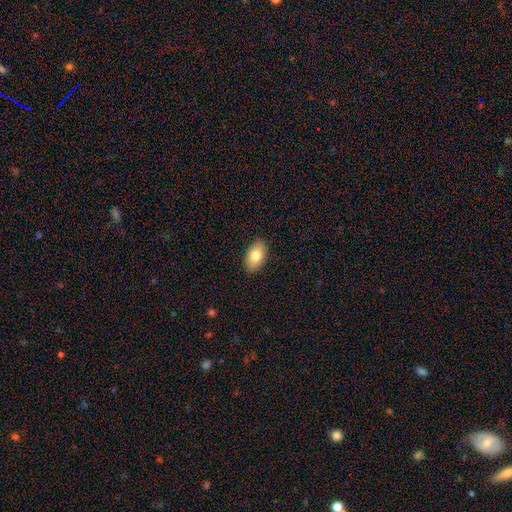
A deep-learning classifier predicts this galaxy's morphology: Smooth or featured? Predicted: smooth (p=0.80). How rounded? Predicted: in between (p=0.91). Merging? Predicted: none (p=0.88).